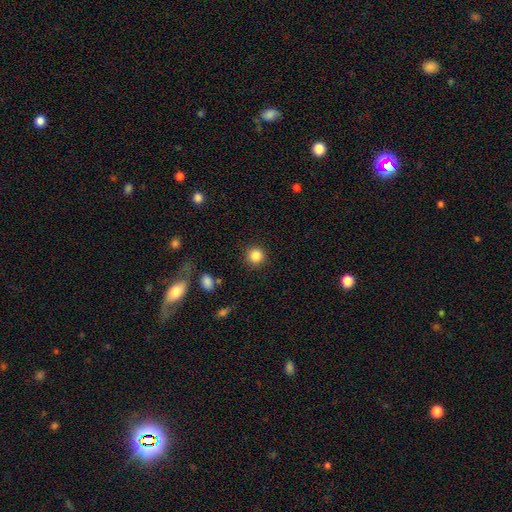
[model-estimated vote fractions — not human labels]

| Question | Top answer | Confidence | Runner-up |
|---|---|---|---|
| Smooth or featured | smooth | 85% | star or artifact (11%) |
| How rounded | round | 94% | in between (5%) |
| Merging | none | 90% | minor disturbance (6%) |